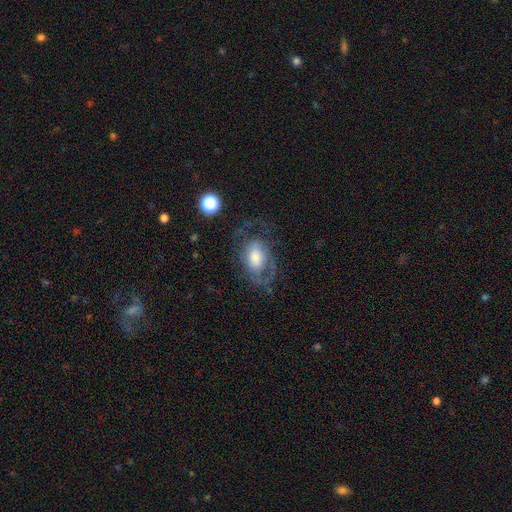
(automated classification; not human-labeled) This appears to be a featured or disk galaxy (61%) with no bar (67%), spiral arms (73%) and a moderate central bulge (42%). Merging: none (49%).